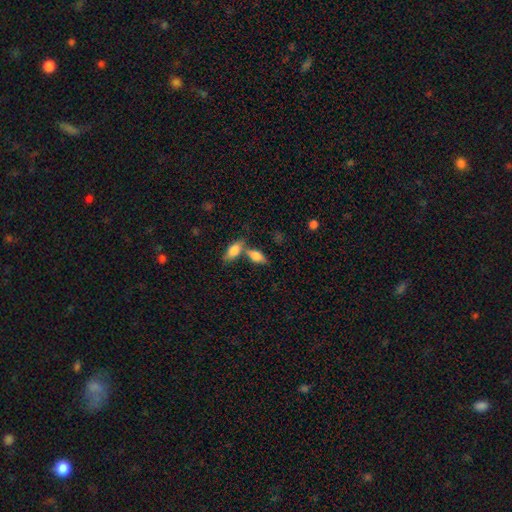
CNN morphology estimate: The model was most divided on "merging": none: 46%, merger: 39%, minor disturbance: 11%, major disturbance: 5%. More confident: how rounded — in between (82%); smooth or featured — smooth (78%).